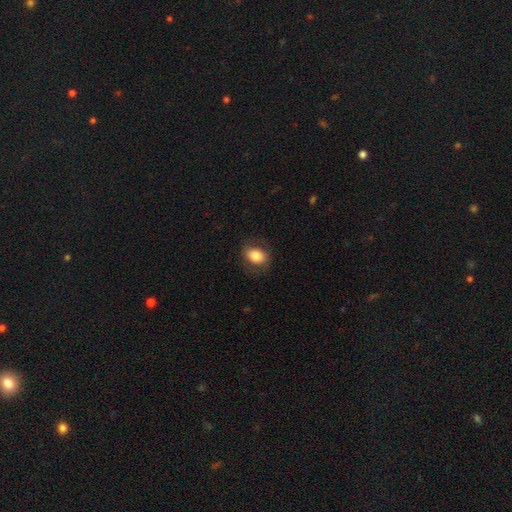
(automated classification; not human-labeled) A smooth galaxy with no disk features (81%) that is in between round and cigar-shaped (71%).

Vote fractions:
- Smooth or featured? smooth: 81% / featured or disk: 12% / star or artifact: 8%
- How rounded? in between: 71% / round: 28% / cigar-shaped: 1%
- Merging? none: 78% / minor disturbance: 14% / major disturbance: 6% / merger: 1%